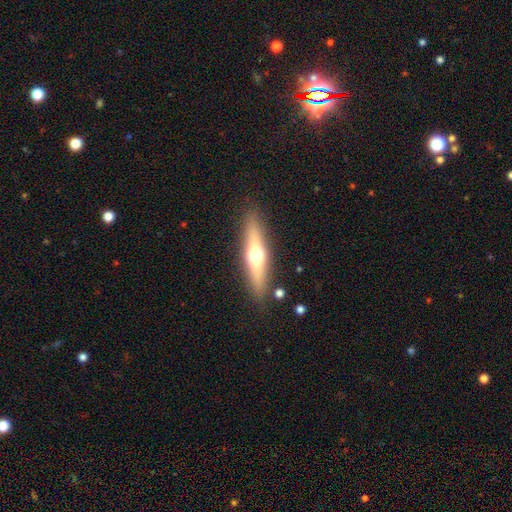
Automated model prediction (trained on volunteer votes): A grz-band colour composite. It shows a featured or disk galaxy (54%) viewed edge-on (91%). Merging: none (87%).